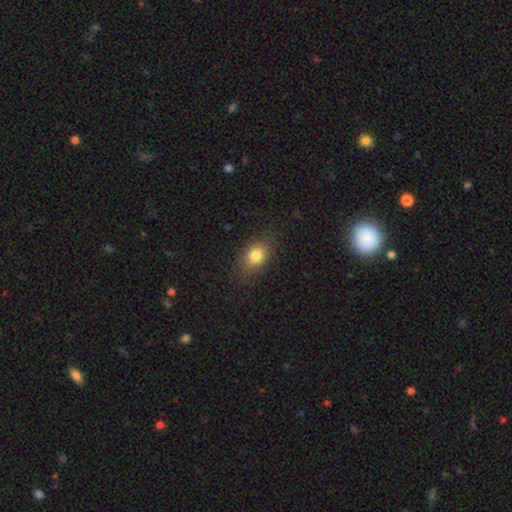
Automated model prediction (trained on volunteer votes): A smooth galaxy with no disk features (81%) that is in between round and cigar-shaped (71%). Merging: none (83%).